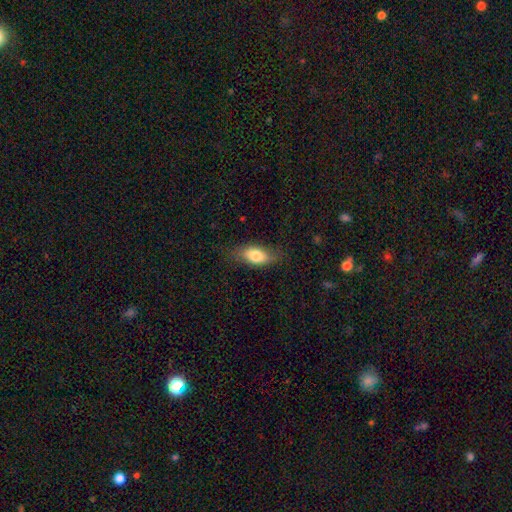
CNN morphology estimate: smooth 76%, featured or disk 17%, star or artifact 7%. Down the decision tree: how rounded — in between (85%); merging — none (76%).